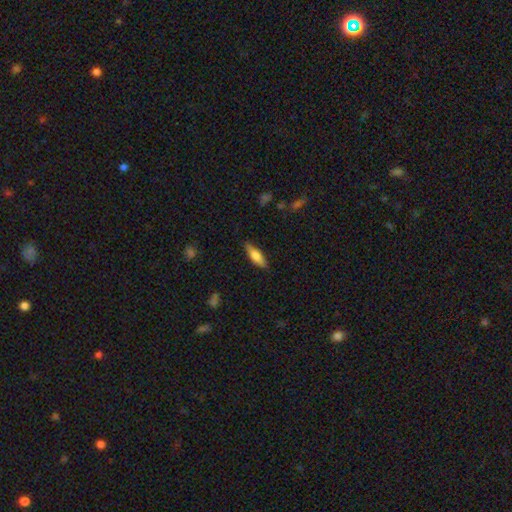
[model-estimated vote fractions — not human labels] smooth 60%, featured or disk 33%, star or artifact 6%. Down the decision tree: how rounded — cigar-shaped (52%); merging — none (85%).